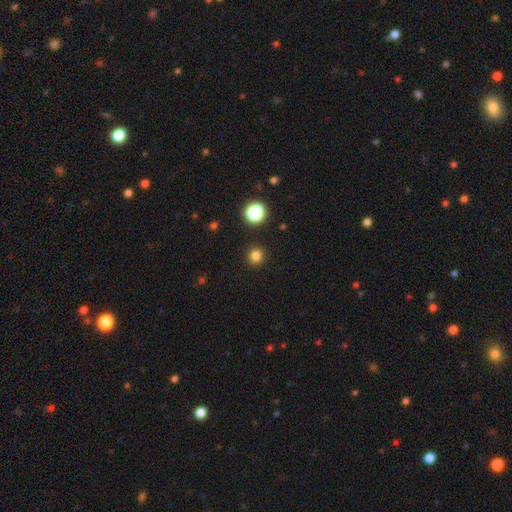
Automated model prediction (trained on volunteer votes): Smooth or featured?
  - smooth: 80% *
  - star or artifact: 16%
  - featured or disk: 4%
How rounded?
  - round: 93% *
  - in between: 6%
  - cigar-shaped: 1%
Merging?
  - none: 92% *
  - minor disturbance: 5%
  - major disturbance: 2%
  - merger: 1%